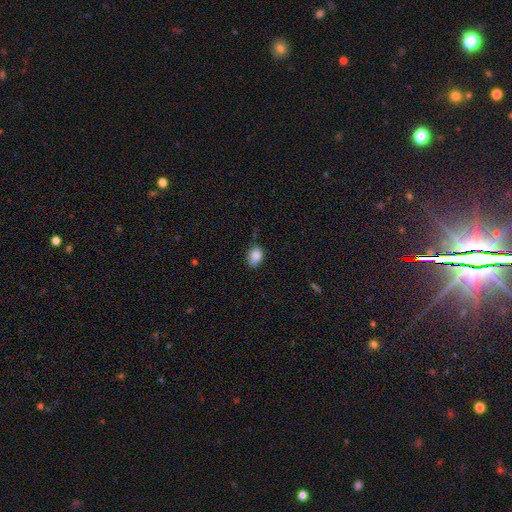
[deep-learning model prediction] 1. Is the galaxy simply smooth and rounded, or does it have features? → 82% smooth, 9% featured or disk, 8% star or artifact.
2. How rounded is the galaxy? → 79% in between, 19% round, 2% cigar-shaped.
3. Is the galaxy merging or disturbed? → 62% none, 30% minor disturbance, 5% major disturbance, 3% merger.